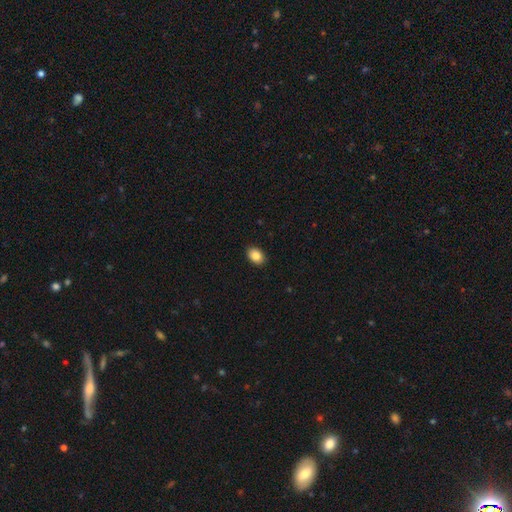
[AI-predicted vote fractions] A smooth galaxy with no disk features (87%) that is in between round and cigar-shaped (80%).

Vote fractions:
- Smooth or featured? smooth: 87% / star or artifact: 8% / featured or disk: 5%
- How rounded? in between: 80% / round: 19% / cigar-shaped: 1%
- Merging? none: 90% / minor disturbance: 7% / major disturbance: 2% / merger: 1%